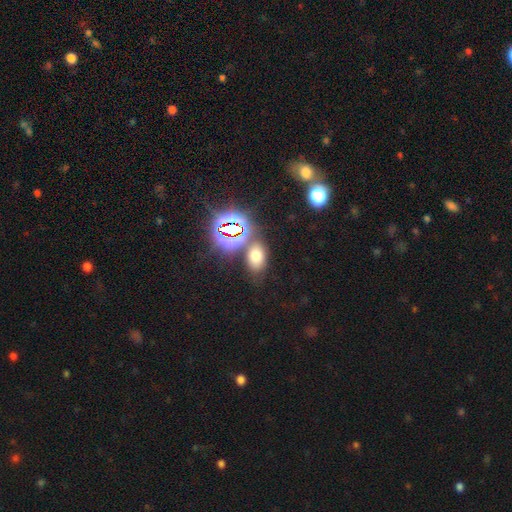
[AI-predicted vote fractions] Smooth or featured?
  - smooth: 60% *
  - star or artifact: 31%
  - featured or disk: 9%
How rounded?
  - in between: 84% *
  - round: 14%
  - cigar-shaped: 2%
Merging?
  - none: 72% *
  - minor disturbance: 12%
  - merger: 11%
  - major disturbance: 5%